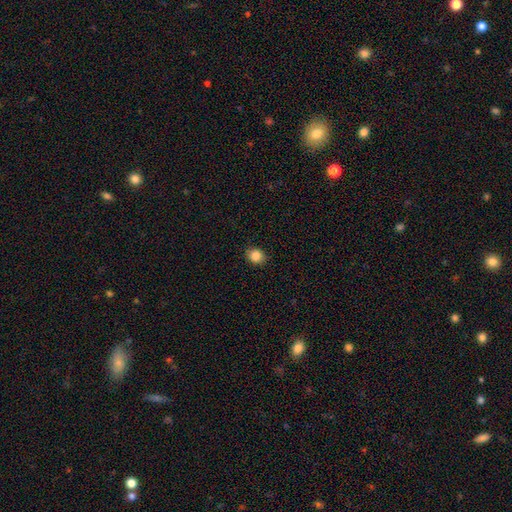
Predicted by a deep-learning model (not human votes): Smooth or featured: smooth — 85% (star or artifact — 10%)
How rounded: round — 71% (in between — 28%)
Merging: none — 89% (minor disturbance — 8%)